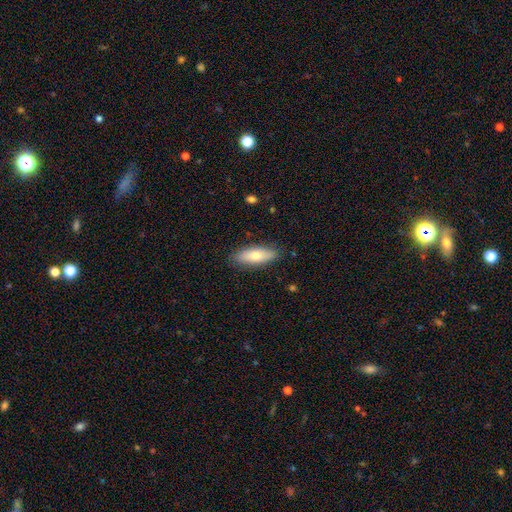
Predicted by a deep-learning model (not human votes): Q: Smooth or featured?
A: smooth (70%); runner-up: featured or disk (23%)
Q: How rounded?
A: in between (65%); runner-up: cigar-shaped (33%)
Q: Merging?
A: none (86%); runner-up: minor disturbance (10%)